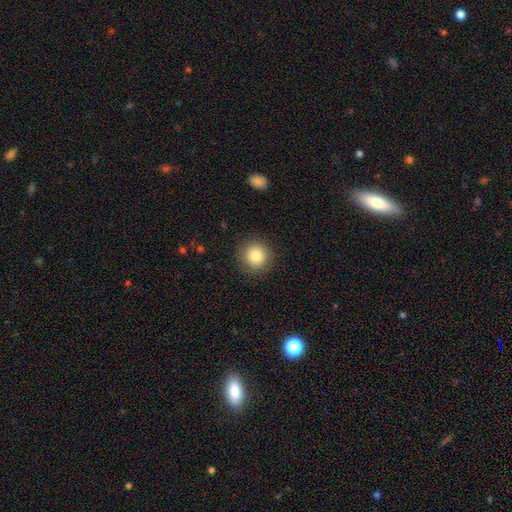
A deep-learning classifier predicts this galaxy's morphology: smooth-or-featured: smooth: 83% | star or artifact: 9% | featured or disk: 7%
  how-rounded: round: 93% | in between: 6% | cigar-shaped: 1%
  merging: none: 89% | minor disturbance: 7% | major disturbance: 3% | merger: 1%